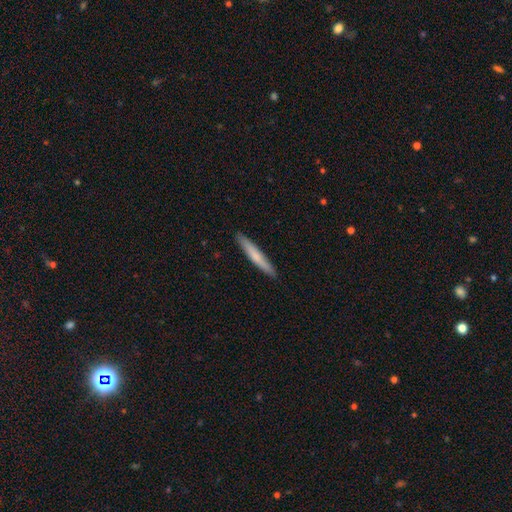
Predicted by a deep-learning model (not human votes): Smooth or featured? smooth (70%)
How rounded? cigar-shaped (95%)
Merging? none (91%)